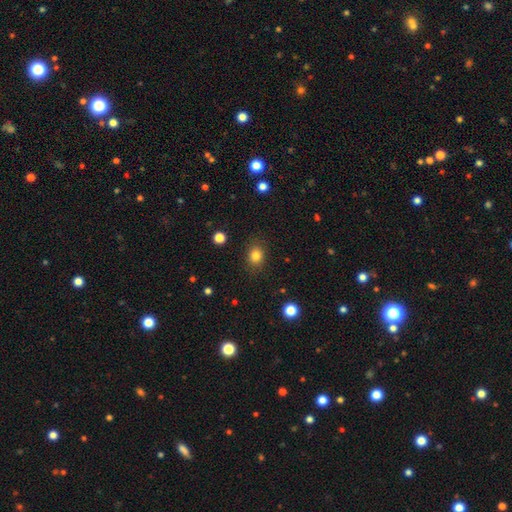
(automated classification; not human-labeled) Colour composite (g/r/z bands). It shows a smooth galaxy with no disk features (82%) that is round (56%). Merging: none (85%).